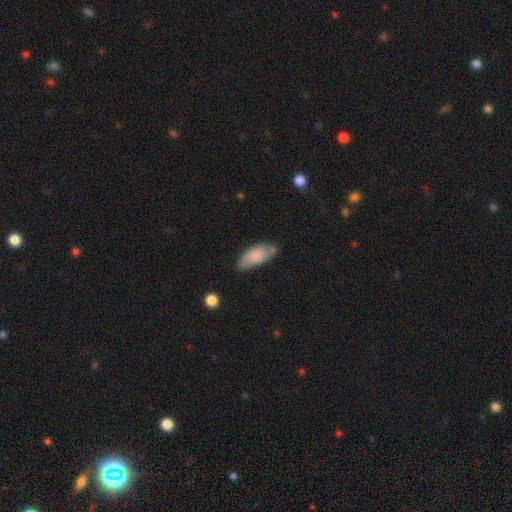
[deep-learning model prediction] Smooth or featured? smooth (79%)
How rounded? in between (85%)
Merging? none (59%)